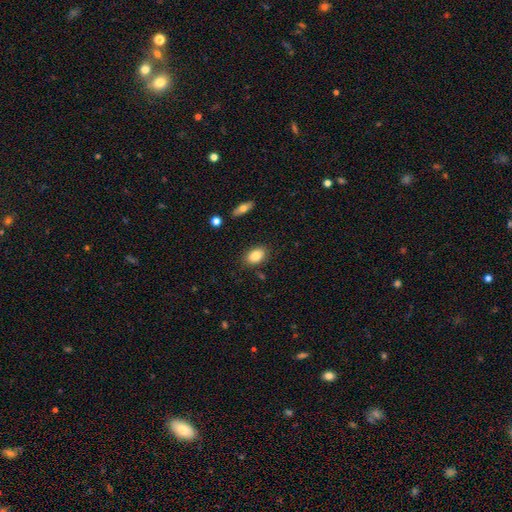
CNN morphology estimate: This is clearly a smooth galaxy (83%). How rounded: clearly in between (86%). Merging: clearly none (84%).